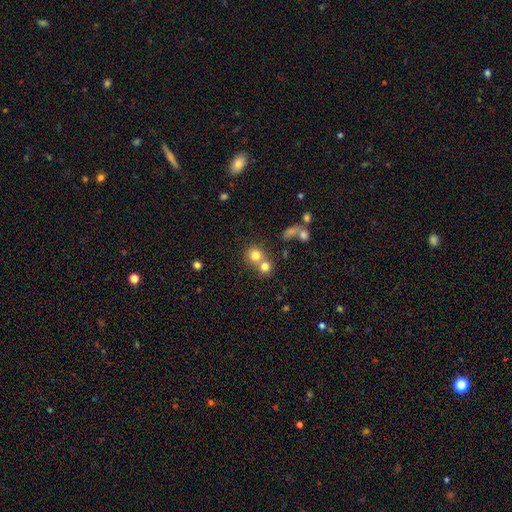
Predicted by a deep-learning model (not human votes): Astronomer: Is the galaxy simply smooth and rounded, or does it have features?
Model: smooth — 76%.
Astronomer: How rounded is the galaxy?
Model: round — 87%.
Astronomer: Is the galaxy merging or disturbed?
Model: none — 48% (runner-up: merger, 42%).